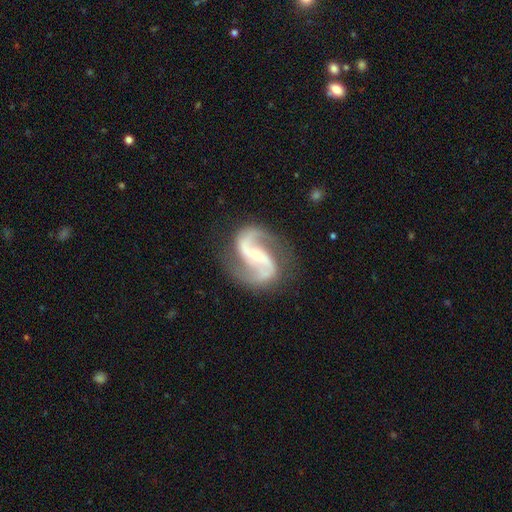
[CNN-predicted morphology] A featured or disk galaxy (93%) with no bar (37%), 2 (94%) medium (49%) spiral arms (98%) and a small central bulge (67%).

Vote fractions:
- Smooth or featured? featured or disk: 93% / star or artifact: 4% / smooth: 3%
- Edge-on disk? no: 98% / yes: 2%
- Bar? no: 37% / strong: 32% / weak: 31%
- Spiral arms? yes: 98% / no: 2%
- Spiral winding? medium: 49% / loose: 39% / tight: 12%
- Spiral arm count? 2: 94% / 3: 1% / can't tell: 1% / 1: 1% / 4: 1% / more than 4: 1%
- Bulge size? small: 67% / moderate: 30% / large: 1% / none: 1% / dominant: 1%
- Merging? none: 81% / minor disturbance: 12% / major disturbance: 5% / merger: 2%